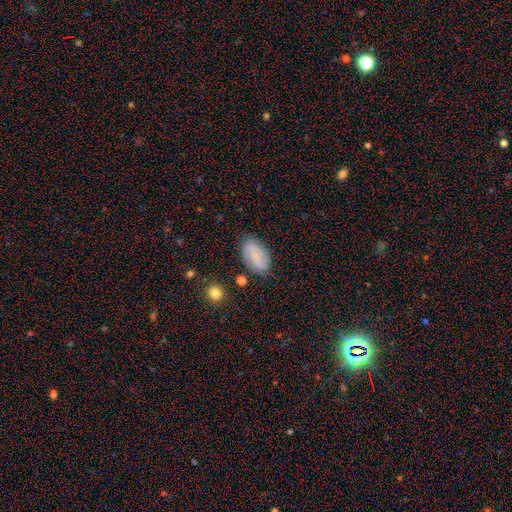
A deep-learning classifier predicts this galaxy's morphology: A smooth galaxy with no disk features (66%) that is in between round and cigar-shaped (92%). Merging: none (80%).